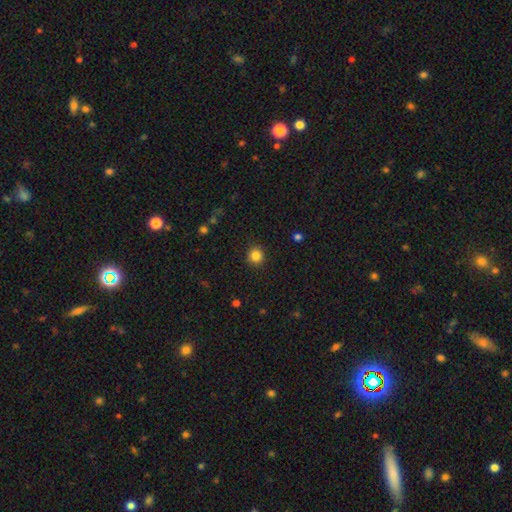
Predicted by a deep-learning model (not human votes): This is clearly a smooth galaxy (84%). How rounded: clearly round (92%). Merging: clearly none (91%).